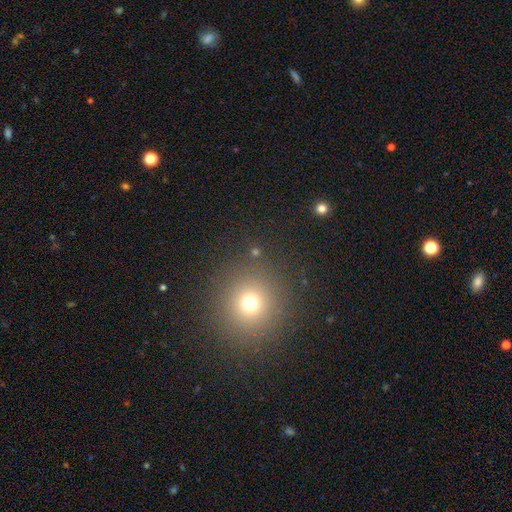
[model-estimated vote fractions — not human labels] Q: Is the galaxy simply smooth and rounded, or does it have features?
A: smooth — 65%.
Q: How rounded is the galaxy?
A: round — 92%.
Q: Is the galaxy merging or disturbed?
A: none — 90%.